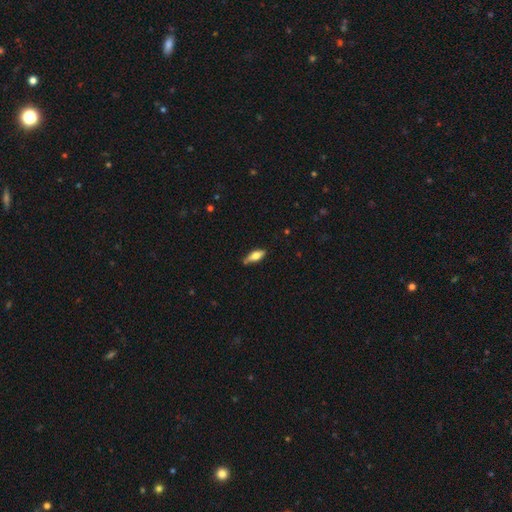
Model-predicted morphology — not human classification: This is likely a smooth galaxy (63%). How rounded: likely in between (69%). Merging: likely none (74%).